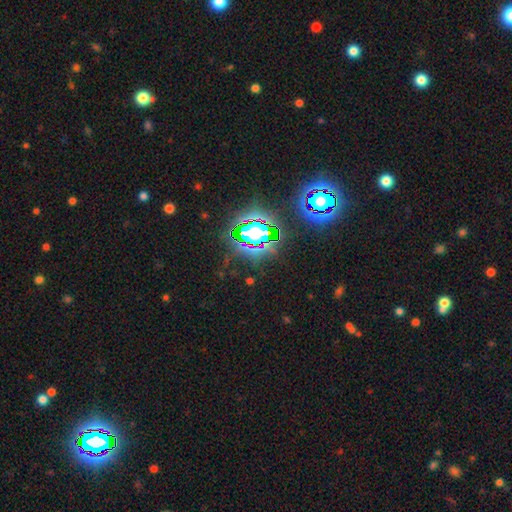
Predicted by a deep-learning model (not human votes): A star or artifact, not a galaxy (84%).

Vote fractions:
- Smooth or featured? star or artifact: 84% / smooth: 9% / featured or disk: 7%